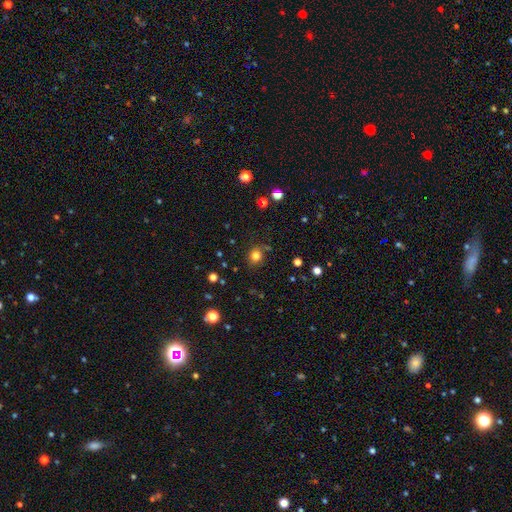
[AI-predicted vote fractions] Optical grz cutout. It shows a smooth galaxy with no disk features (79%) that is round (75%). Merging: none (80%).